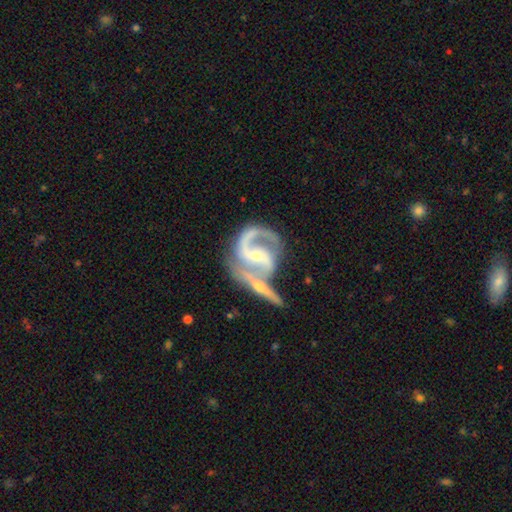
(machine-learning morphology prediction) smooth-or-featured: featured or disk: 91% | star or artifact: 4% | smooth: 4%
  disk-edge-on: no: 97% | yes: 3%
    bar: weak: 40% | strong: 34% | no: 26%
    has-spiral-arms: yes: 97% | no: 3%
      spiral-winding: medium: 58% | tight: 24% | loose: 18%
      spiral-arm-count: 2: 87% | 1: 5% | 3: 3% | can't tell: 3% | 4: 1% | more than 4: 1%
    bulge-size: small: 65% | moderate: 29% | none: 3% | large: 1% | dominant: 1%
  merging: merger: 47% | none: 30% | minor disturbance: 13% | major disturbance: 10%